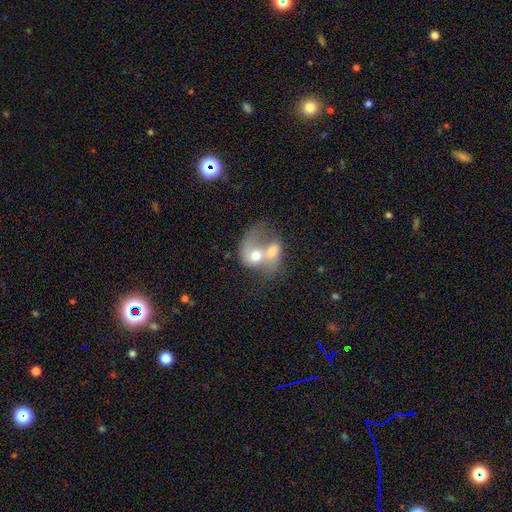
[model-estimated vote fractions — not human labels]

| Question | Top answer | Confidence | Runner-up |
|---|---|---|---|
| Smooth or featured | featured or disk | 50% | smooth (42%) |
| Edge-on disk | no | 96% | yes (4%) |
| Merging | merger | 83% | major disturbance (7%) |